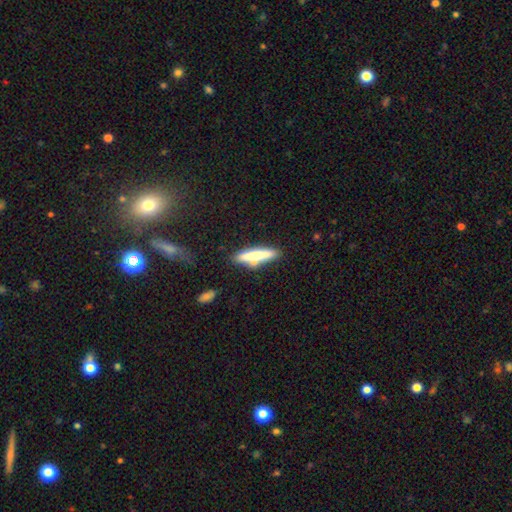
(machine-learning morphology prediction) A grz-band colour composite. It shows a smooth galaxy with no disk features (65%) that is cigar-shaped (87%). Merging: none (74%).